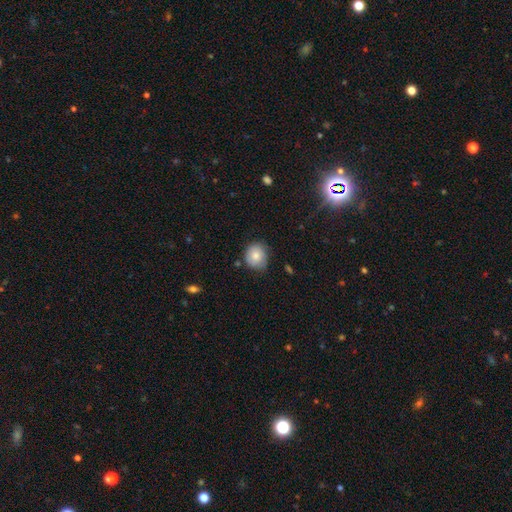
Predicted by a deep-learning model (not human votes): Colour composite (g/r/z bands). It shows a smooth galaxy with no disk features (78%) that is round (76%). Merging: none (71%).